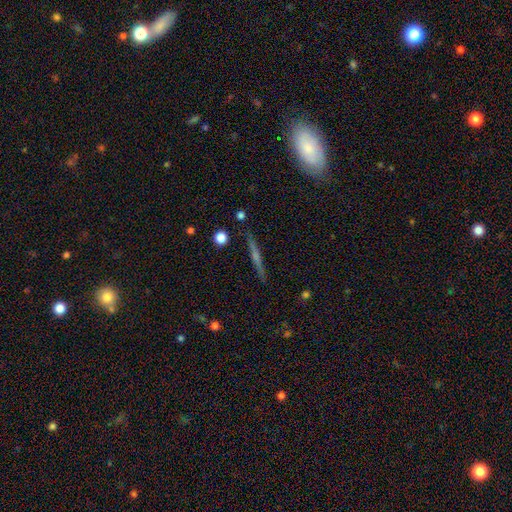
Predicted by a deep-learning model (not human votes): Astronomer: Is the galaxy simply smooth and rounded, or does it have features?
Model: featured or disk — 65%.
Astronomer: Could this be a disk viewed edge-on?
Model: yes — 97%.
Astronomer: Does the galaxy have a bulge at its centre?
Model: rounded — 51% (runner-up: none, 39%).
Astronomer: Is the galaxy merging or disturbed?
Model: none — 90%.